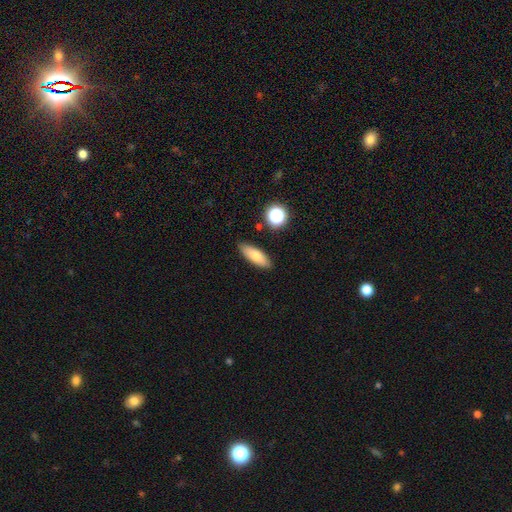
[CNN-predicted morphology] Smooth or featured: smooth — 76% (featured or disk — 16%)
How rounded: in between — 64% (cigar-shaped — 33%)
Merging: none — 86% (minor disturbance — 10%)